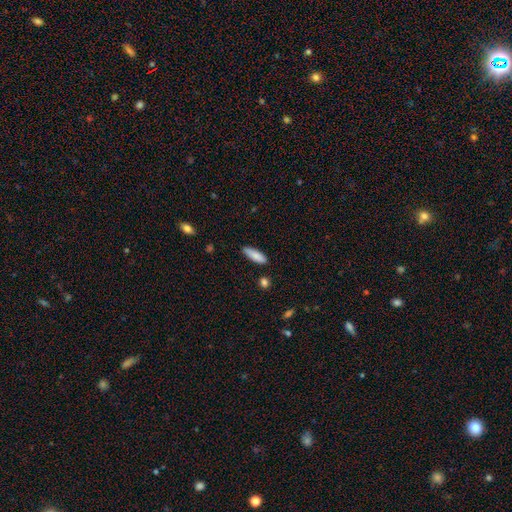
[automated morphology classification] A smooth galaxy with no disk features (85%) that is in between round and cigar-shaped (52%). Merging: none (81%).